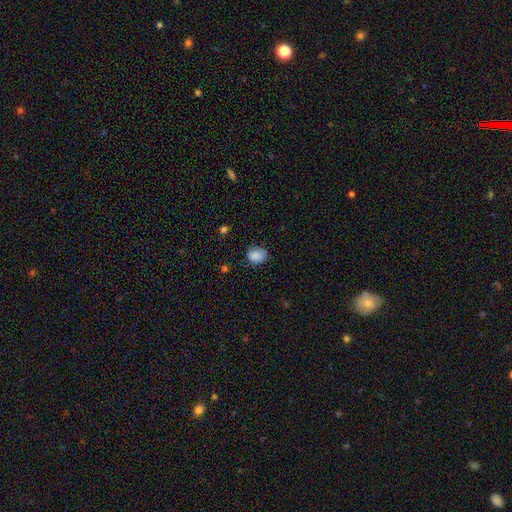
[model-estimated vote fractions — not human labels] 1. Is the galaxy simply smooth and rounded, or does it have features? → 86% smooth, 9% star or artifact, 5% featured or disk.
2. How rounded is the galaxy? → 62% round, 37% in between, 1% cigar-shaped.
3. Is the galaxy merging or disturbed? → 72% none, 22% minor disturbance, 4% major disturbance, 1% merger.